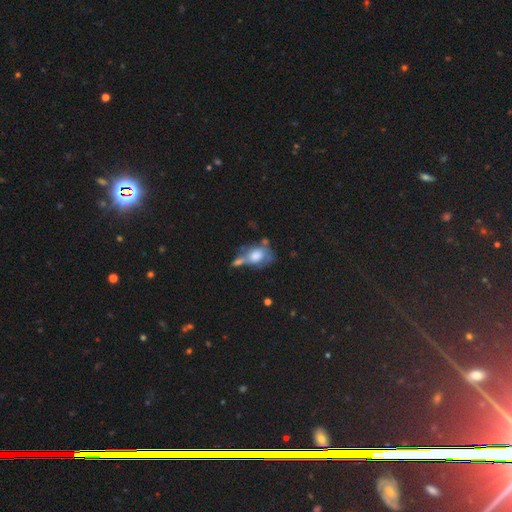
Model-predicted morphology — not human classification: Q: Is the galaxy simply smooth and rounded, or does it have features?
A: smooth — 55%.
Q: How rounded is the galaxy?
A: in between — 67%.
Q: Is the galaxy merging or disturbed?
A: merger — 35%.